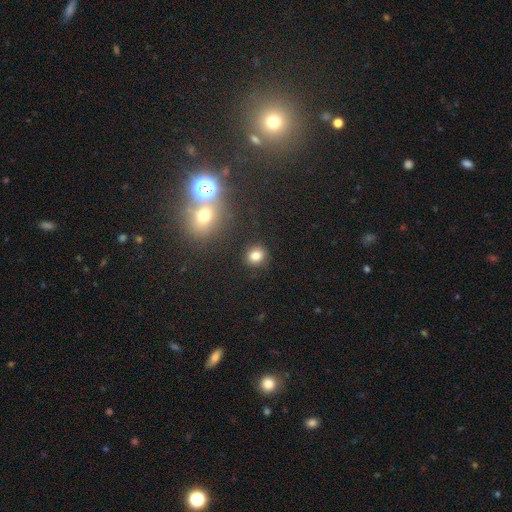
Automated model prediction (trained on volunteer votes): Morphology: type=smooth (79%); roundness=round (77%); merging=none (86%).